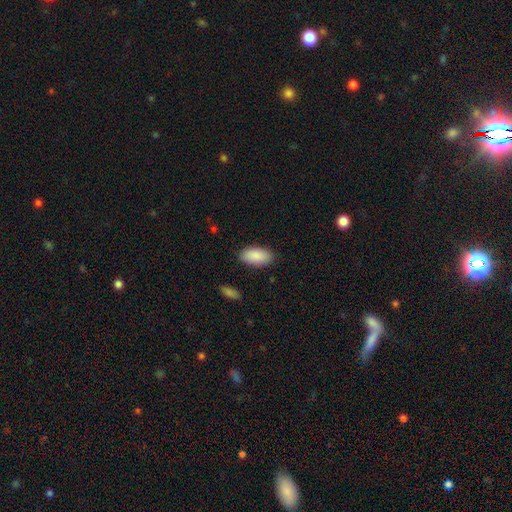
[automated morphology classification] Overall: smooth (89%). How rounded: in between (93%). Merging: none (86%).